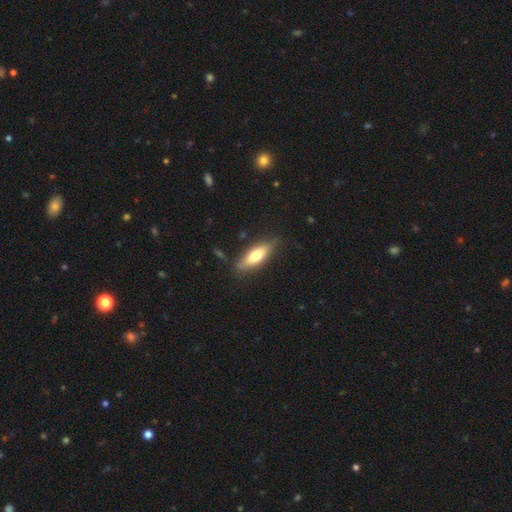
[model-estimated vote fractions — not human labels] smooth-or-featured: smooth: 68% | featured or disk: 26% | star or artifact: 6%
  how-rounded: in between: 60% | cigar-shaped: 38% | round: 2%
  merging: none: 79% | minor disturbance: 15% | major disturbance: 3% | merger: 2%